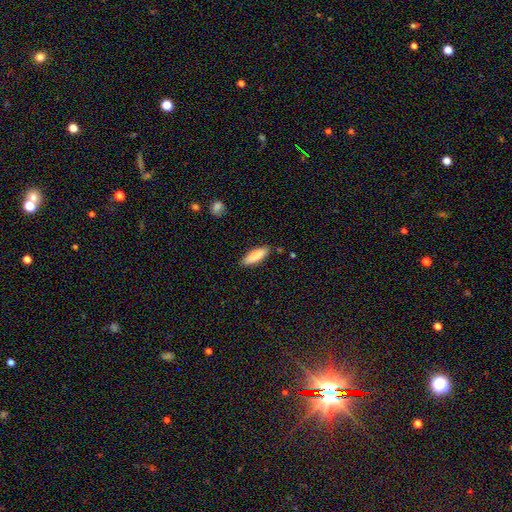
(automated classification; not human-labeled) Smooth or featured: smooth — 85% (featured or disk — 9%)
How rounded: in between — 52% (cigar-shaped — 46%)
Merging: none — 87% (minor disturbance — 10%)